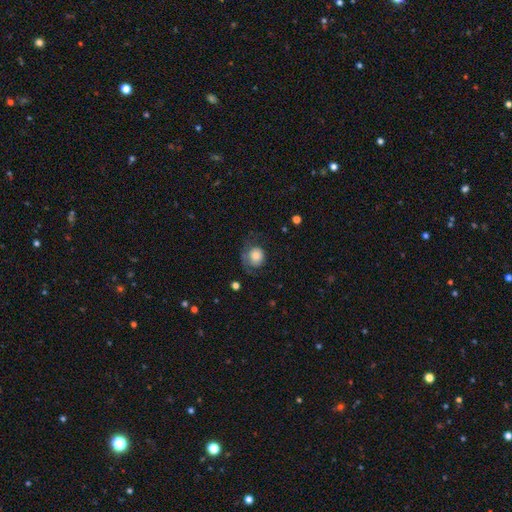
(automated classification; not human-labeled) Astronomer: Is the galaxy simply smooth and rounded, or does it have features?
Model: smooth — 69%.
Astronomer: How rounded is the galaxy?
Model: round — 77%.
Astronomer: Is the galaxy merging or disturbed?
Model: none — 47% (runner-up: major disturbance, 26%).